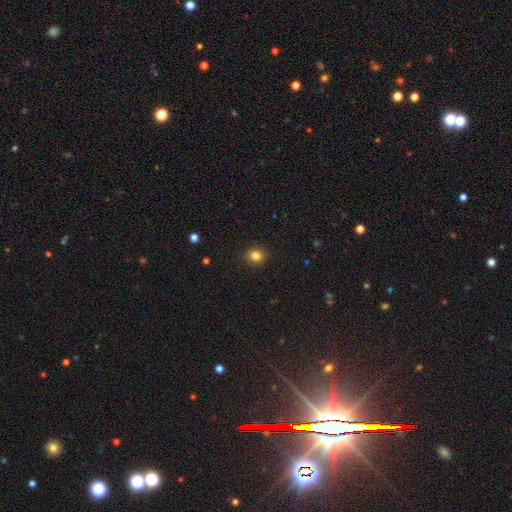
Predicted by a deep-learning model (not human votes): The model was most divided on "how rounded": round: 79%, in between: 20%, cigar-shaped: 1%. More confident: merging — none (91%); smooth or featured — smooth (82%).